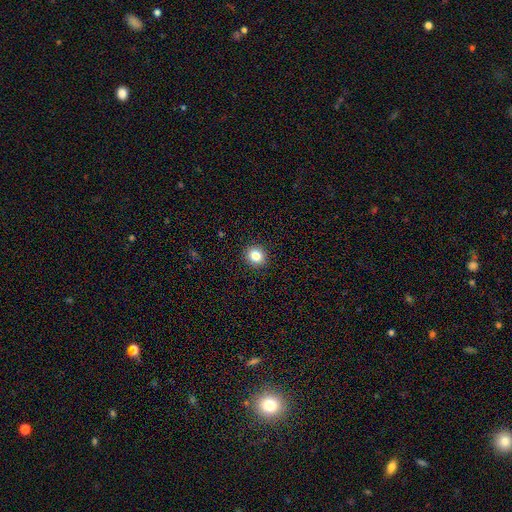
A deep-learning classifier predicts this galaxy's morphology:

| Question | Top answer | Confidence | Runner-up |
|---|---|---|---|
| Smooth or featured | smooth | 82% | star or artifact (11%) |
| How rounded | round | 85% | in between (15%) |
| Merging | none | 93% | minor disturbance (5%) |